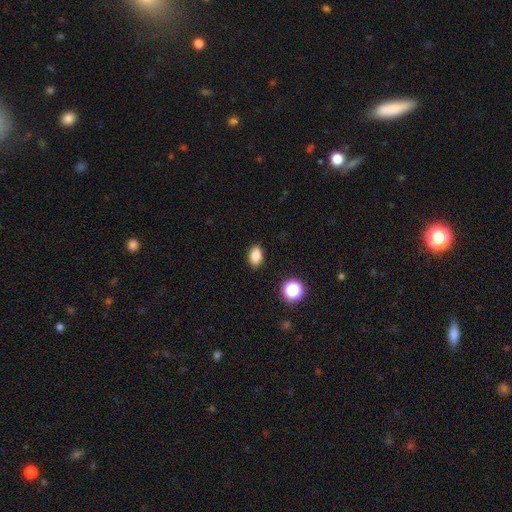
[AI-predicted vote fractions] The model was most divided on "how rounded": in between: 85%, round: 13%, cigar-shaped: 2%. More confident: merging — none (89%); smooth or featured — smooth (84%).